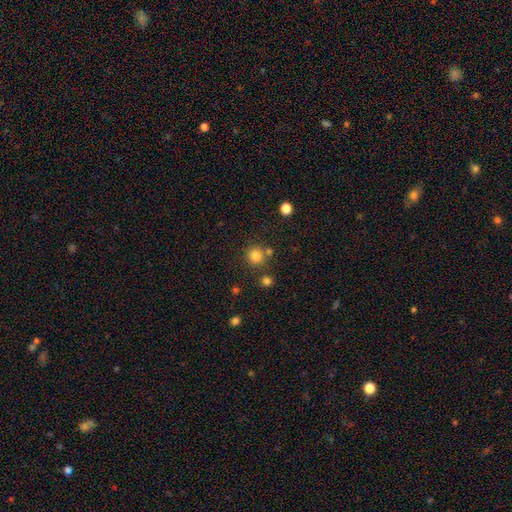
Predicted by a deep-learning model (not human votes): Q: Smooth or featured?
A: smooth (81%); runner-up: star or artifact (14%)
Q: How rounded?
A: round (93%); runner-up: in between (6%)
Q: Merging?
A: none (78%); runner-up: merger (11%)